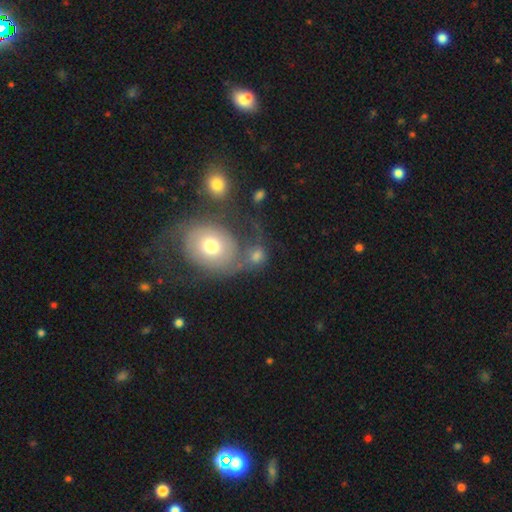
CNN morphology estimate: smooth_or_featured: smooth (p=0.50) [alt: featured or disk p=0.38]
merging: none (p=0.37) [alt: merger p=0.29]